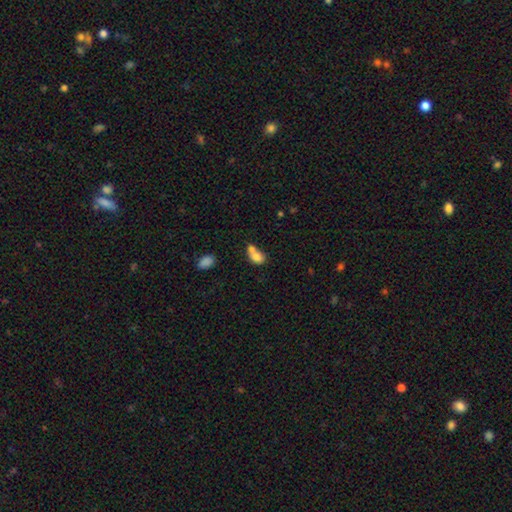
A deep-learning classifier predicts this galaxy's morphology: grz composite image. It shows a smooth galaxy with no disk features (76%) that is in between round and cigar-shaped (64%). Merging: merger (63%).